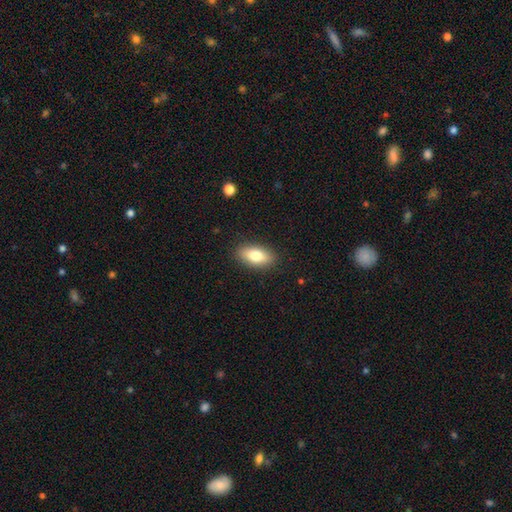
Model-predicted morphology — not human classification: smooth_or_featured: smooth (p=0.77) [alt: featured or disk p=0.16]
how_rounded: in between (p=0.85) [alt: cigar-shaped p=0.11]
merging: none (p=0.88) [alt: minor disturbance p=0.09]